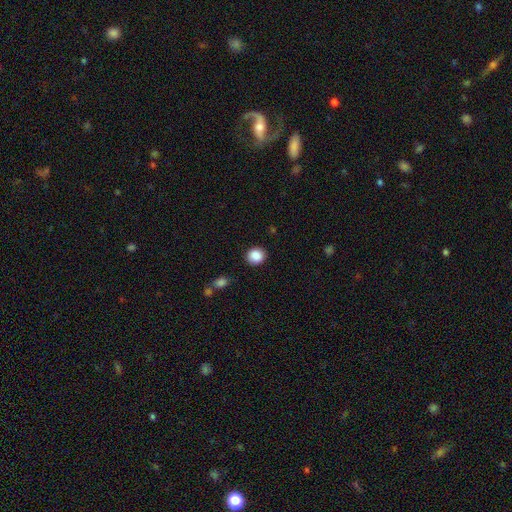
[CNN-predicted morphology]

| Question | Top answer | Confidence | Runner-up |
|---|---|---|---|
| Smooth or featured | smooth | 88% | star or artifact (9%) |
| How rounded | round | 85% | in between (14%) |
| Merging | none | 90% | minor disturbance (7%) |